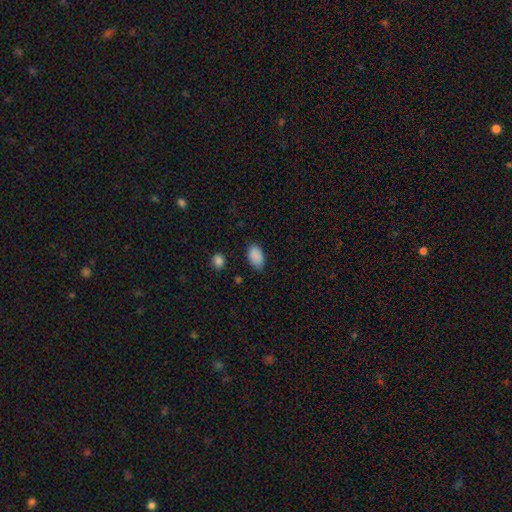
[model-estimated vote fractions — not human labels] Smooth or featured?
  - smooth: 88% *
  - star or artifact: 8%
  - featured or disk: 3%
How rounded?
  - in between: 91% *
  - round: 7%
  - cigar-shaped: 2%
Merging?
  - none: 74% *
  - minor disturbance: 20%
  - major disturbance: 4%
  - merger: 2%